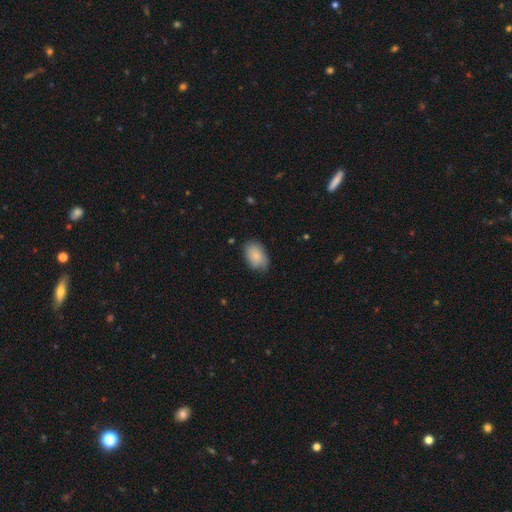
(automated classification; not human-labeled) The model was most divided on "merging": none: 72%, minor disturbance: 23%, major disturbance: 4%, merger: 1%. More confident: how rounded — in between (88%); smooth or featured — smooth (81%).